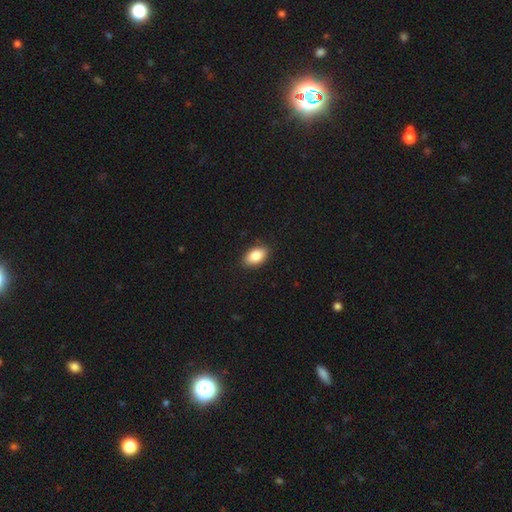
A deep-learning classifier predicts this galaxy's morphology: smooth_or_featured: smooth (p=0.86) [alt: star or artifact p=0.07]
how_rounded: in between (p=0.92) [alt: round p=0.06]
merging: none (p=0.89) [alt: minor disturbance p=0.08]